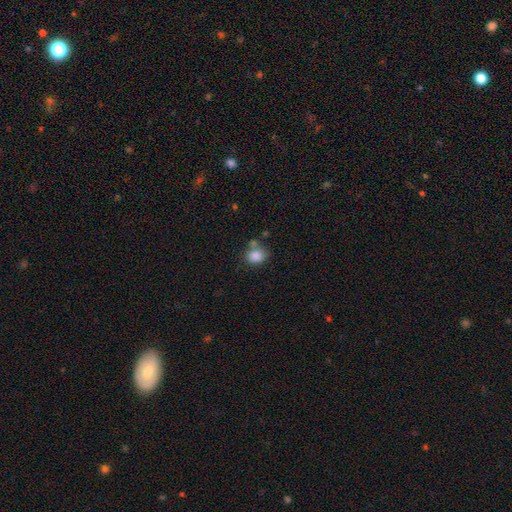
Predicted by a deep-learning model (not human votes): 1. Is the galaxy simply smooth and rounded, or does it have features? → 85% smooth, 10% star or artifact, 6% featured or disk.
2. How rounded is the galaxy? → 68% round, 32% in between, 1% cigar-shaped.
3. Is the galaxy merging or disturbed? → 59% none, 20% merger, 16% minor disturbance, 5% major disturbance.